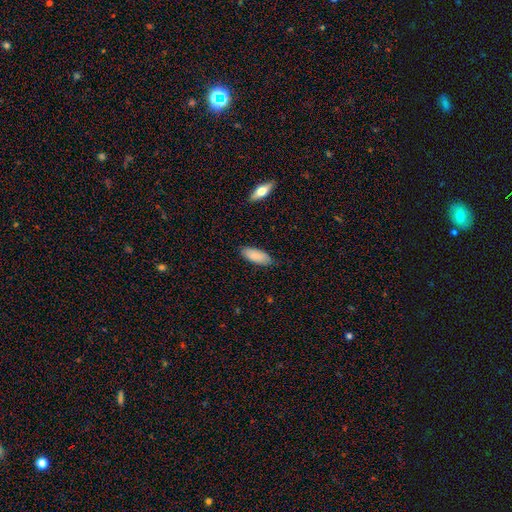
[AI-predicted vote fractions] Smooth or featured? smooth (88%)
How rounded? in between (79%)
Merging? none (84%)